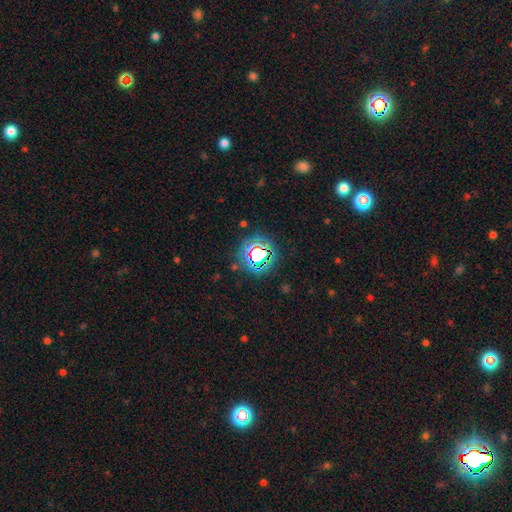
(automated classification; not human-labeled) Smooth or featured?
  - star or artifact: 57% *
  - smooth: 31%
  - featured or disk: 12%